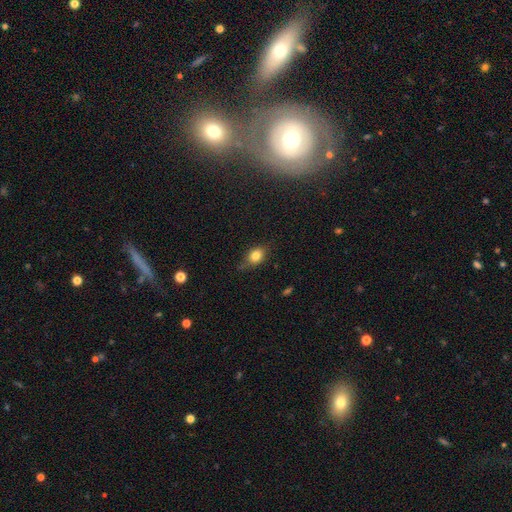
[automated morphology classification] smooth-or-featured: smooth: 79% | star or artifact: 11% | featured or disk: 10%
  how-rounded: in between: 60% | round: 37% | cigar-shaped: 2%
  merging: none: 65% | minor disturbance: 26% | major disturbance: 6% | merger: 2%